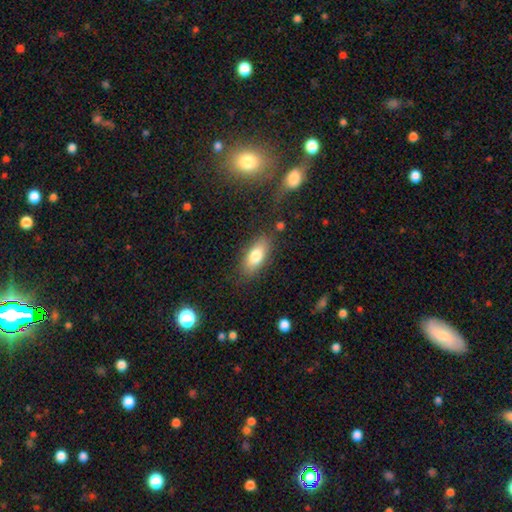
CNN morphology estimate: Smooth or featured? smooth (78%)
How rounded? in between (82%)
Merging? none (81%)